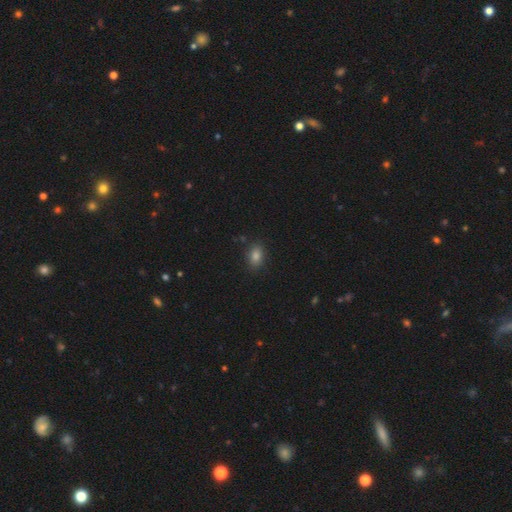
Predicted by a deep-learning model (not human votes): The model was most divided on "how rounded": in between: 78%, round: 20%, cigar-shaped: 2%. More confident: merging — none (87%); smooth or featured — smooth (82%).